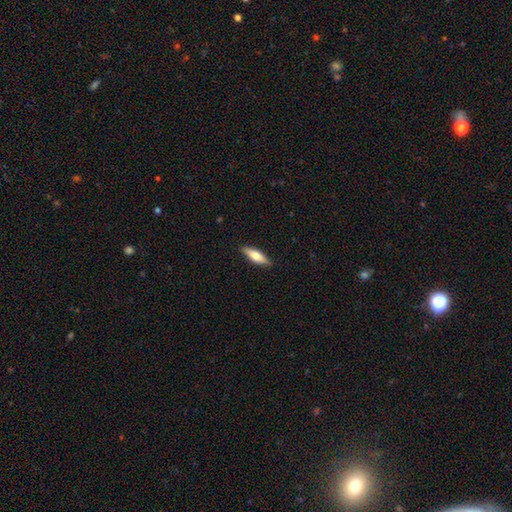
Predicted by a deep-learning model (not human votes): This is possibly a smooth galaxy (60%). How rounded: possibly cigar-shaped (55%). Merging: clearly none (88%).